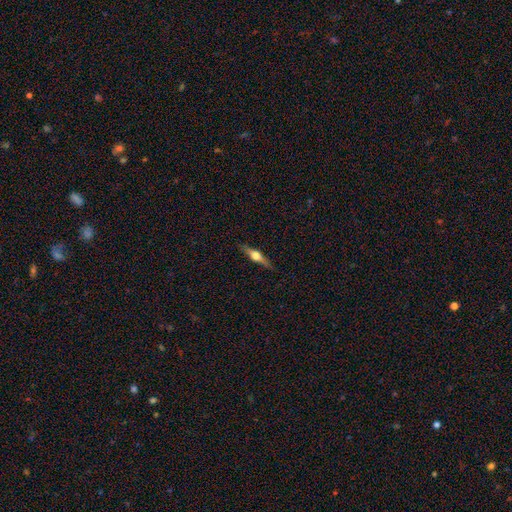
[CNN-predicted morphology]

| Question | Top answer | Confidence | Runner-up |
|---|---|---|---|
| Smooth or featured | featured or disk | 71% | smooth (23%) |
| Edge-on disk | yes | 97% | no (3%) |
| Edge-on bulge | rounded | 95% | boxy (3%) |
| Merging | none | 89% | minor disturbance (8%) |